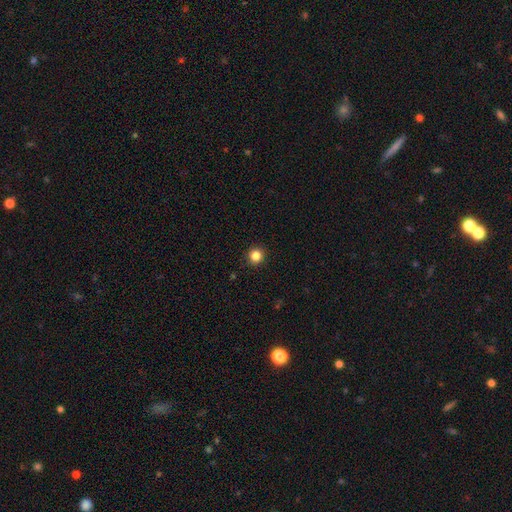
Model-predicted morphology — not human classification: Smooth or featured? Predicted: smooth (p=0.85). How rounded? Predicted: round (p=0.94). Merging? Predicted: none (p=0.92).